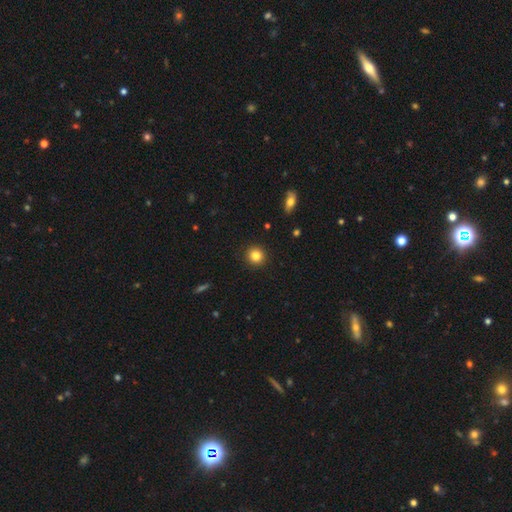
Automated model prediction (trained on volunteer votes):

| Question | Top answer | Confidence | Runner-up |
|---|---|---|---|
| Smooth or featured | smooth | 83% | star or artifact (11%) |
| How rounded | round | 93% | in between (6%) |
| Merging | none | 92% | minor disturbance (5%) |